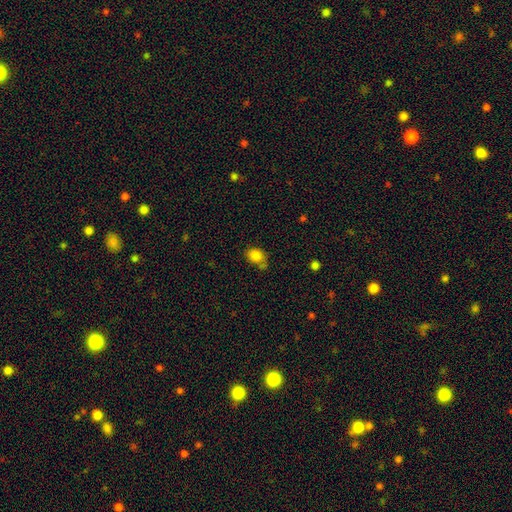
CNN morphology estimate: Q: Smooth or featured?
A: smooth (84%); runner-up: star or artifact (10%)
Q: How rounded?
A: in between (55%); runner-up: round (44%)
Q: Merging?
A: none (54%); runner-up: minor disturbance (24%)